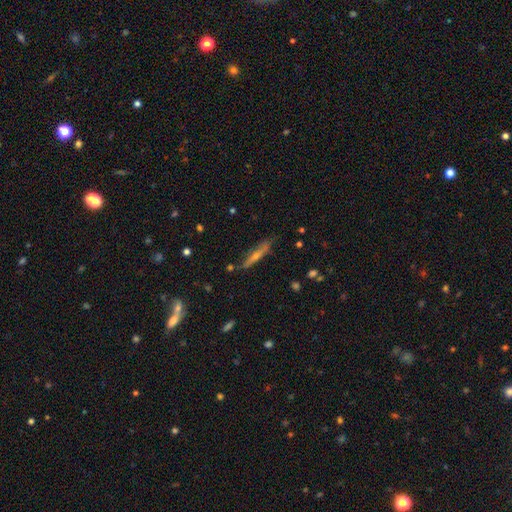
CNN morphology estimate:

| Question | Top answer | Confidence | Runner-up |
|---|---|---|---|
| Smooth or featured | featured or disk | 56% | smooth (34%) |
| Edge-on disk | yes | 90% | no (10%) |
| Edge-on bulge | rounded | 70% | none (24%) |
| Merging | none | 79% | minor disturbance (15%) |